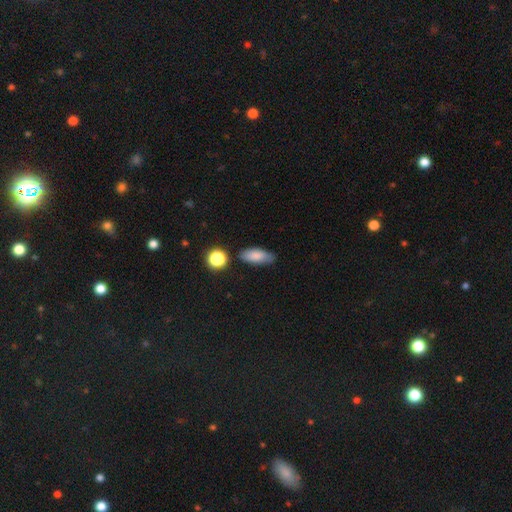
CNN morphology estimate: smooth_or_featured: smooth (p=0.83) [alt: featured or disk p=0.09]
how_rounded: in between (p=0.80) [alt: cigar-shaped p=0.16]
merging: none (p=0.74) [alt: minor disturbance p=0.18]